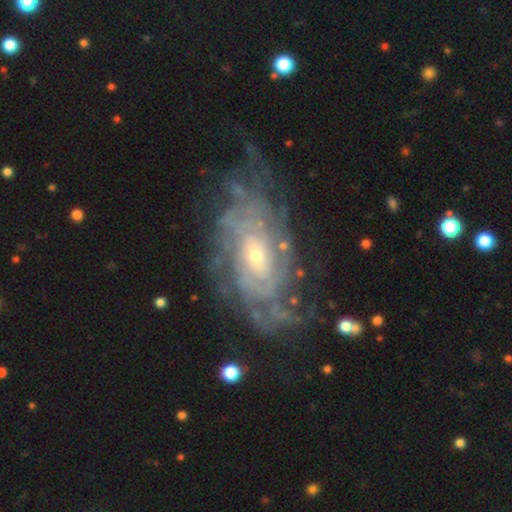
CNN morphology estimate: smooth_or_featured: featured or disk (p=0.87) [alt: smooth p=0.07]
disk_edge_on: no (p=0.94) [alt: yes p=0.06]
bar: no (p=0.61) [alt: weak p=0.30]
has_spiral_arms: yes (p=0.95) [alt: no p=0.05]
spiral_winding: tight (p=0.75) [alt: medium p=0.20]
spiral_arm_count: can't tell (p=0.45) [alt: more than 4 p=0.15]
bulge_size: small (p=0.62) [alt: moderate p=0.34]
merging: none (p=0.73) [alt: minor disturbance p=0.17]